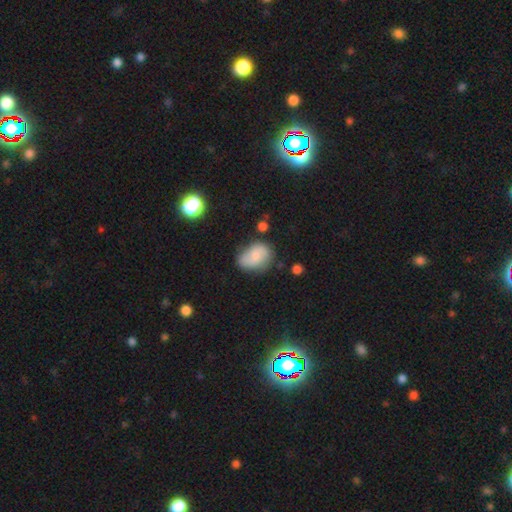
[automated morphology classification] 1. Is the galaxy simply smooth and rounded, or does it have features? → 58% smooth, 34% featured or disk, 8% star or artifact.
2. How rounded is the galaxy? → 73% in between, 26% round, 1% cigar-shaped.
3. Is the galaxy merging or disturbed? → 58% none, 28% minor disturbance, 8% major disturbance, 6% merger.